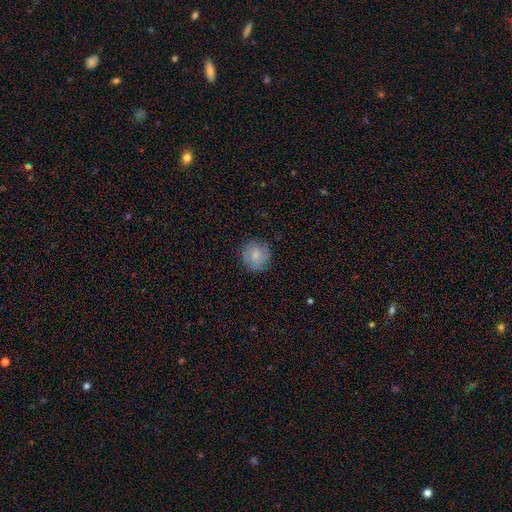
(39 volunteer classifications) Smooth or featured: smooth — 69% (featured or disk — 28%)
How rounded: round — 93% (in between — 4%)
Merging: none — 79% (minor disturbance — 18%)